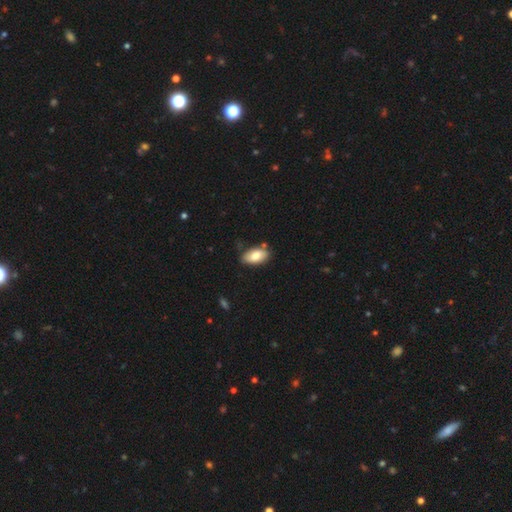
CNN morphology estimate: Q: Smooth or featured?
A: smooth (79%); runner-up: featured or disk (14%)
Q: How rounded?
A: in between (94%); runner-up: round (4%)
Q: Merging?
A: none (73%); runner-up: minor disturbance (19%)